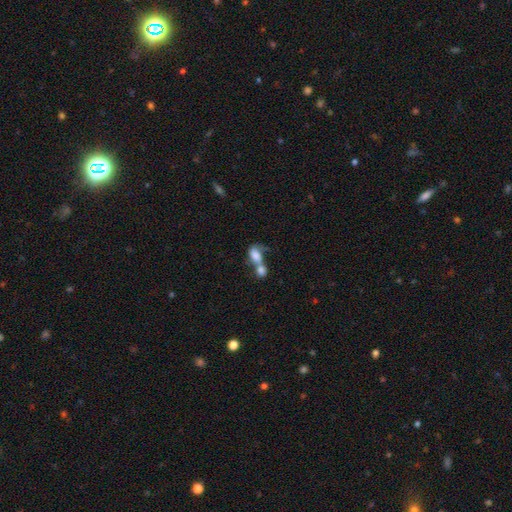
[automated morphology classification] This is likely a smooth galaxy (68%). How rounded: clearly in between (80%). Merging: likely merger (76%).